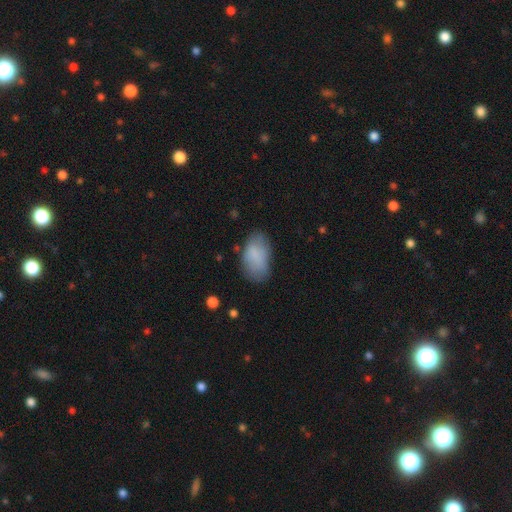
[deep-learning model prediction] Smooth or featured? smooth (81%)
How rounded? in between (93%)
Merging? none (66%)